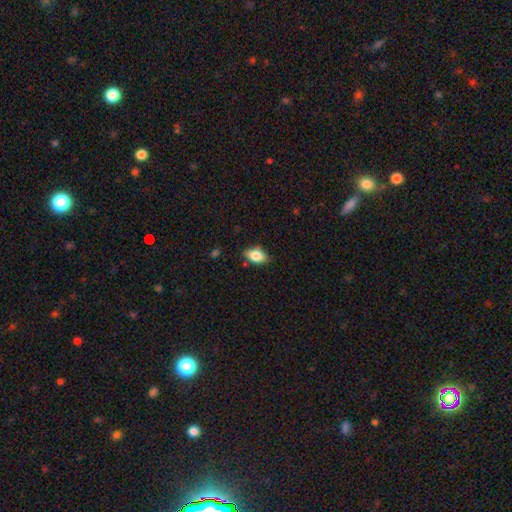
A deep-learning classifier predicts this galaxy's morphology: A smooth galaxy with no disk features (76%) that is in between round and cigar-shaped (86%).

Vote fractions:
- Smooth or featured? smooth: 76% / featured or disk: 16% / star or artifact: 8%
- How rounded? in between: 86% / round: 9% / cigar-shaped: 4%
- Merging? none: 78% / minor disturbance: 17% / major disturbance: 3% / merger: 2%